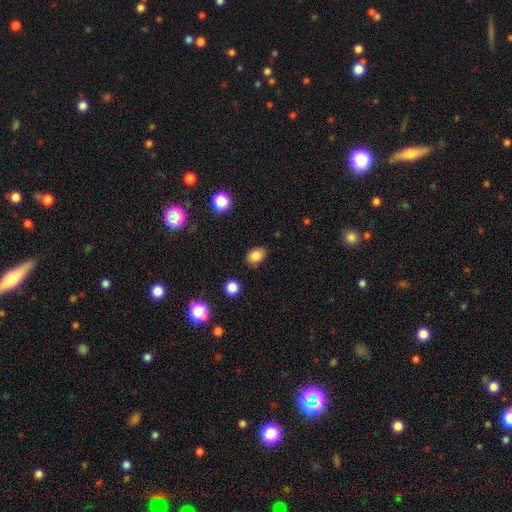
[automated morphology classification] Q: Smooth or featured?
A: smooth (85%); runner-up: star or artifact (10%)
Q: How rounded?
A: in between (74%); runner-up: round (25%)
Q: Merging?
A: none (85%); runner-up: minor disturbance (11%)